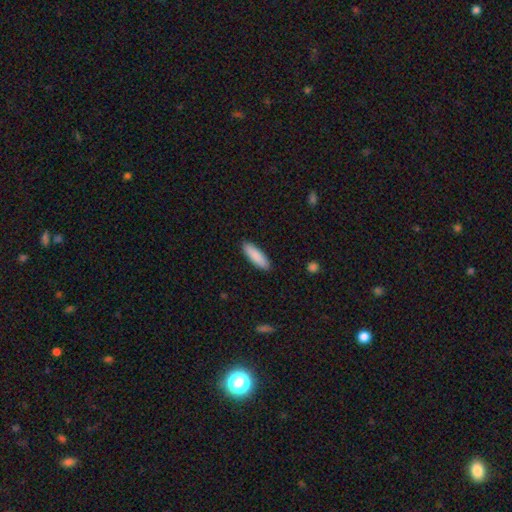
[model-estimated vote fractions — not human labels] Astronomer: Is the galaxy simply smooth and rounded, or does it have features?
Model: smooth — 89%.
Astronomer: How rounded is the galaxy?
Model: cigar-shaped — 52% (runner-up: in between, 46%).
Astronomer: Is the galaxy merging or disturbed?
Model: none — 90%.